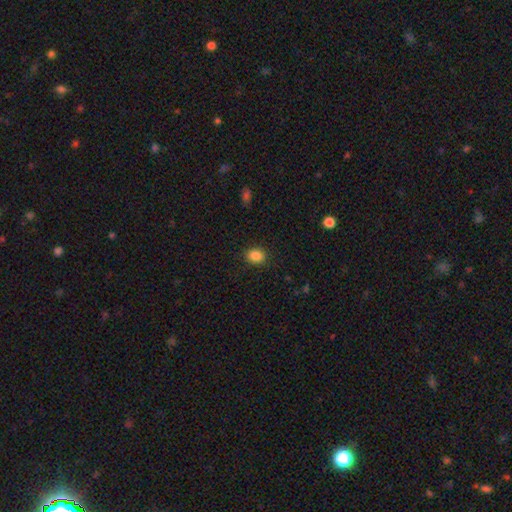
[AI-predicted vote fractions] Morphology: type=smooth (87%); roundness=in between (50%); merging=none (87%).